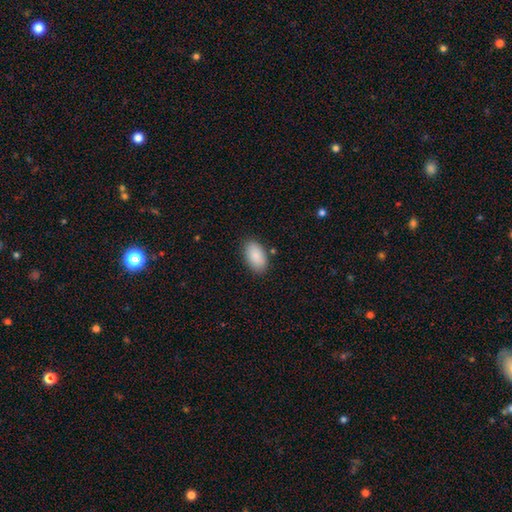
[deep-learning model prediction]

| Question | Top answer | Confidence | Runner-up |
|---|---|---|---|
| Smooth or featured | smooth | 89% | star or artifact (6%) |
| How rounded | in between | 95% | round (3%) |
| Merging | none | 85% | minor disturbance (11%) |